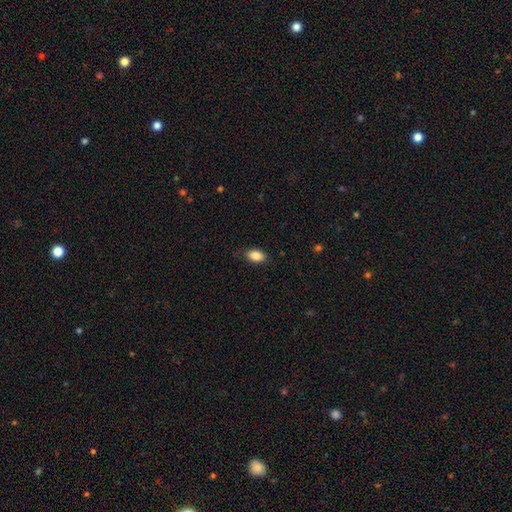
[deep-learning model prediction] Smooth or featured? smooth (87%)
How rounded? in between (90%)
Merging? none (82%)